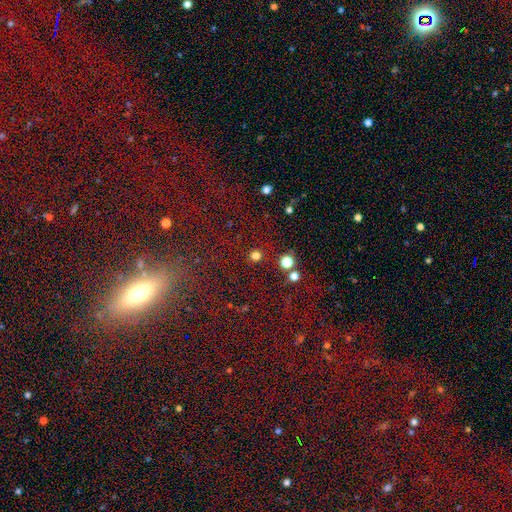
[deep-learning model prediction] Smooth or featured? Predicted: smooth (p=0.76). How rounded? Predicted: round (p=0.92). Merging? Predicted: none (p=0.86).